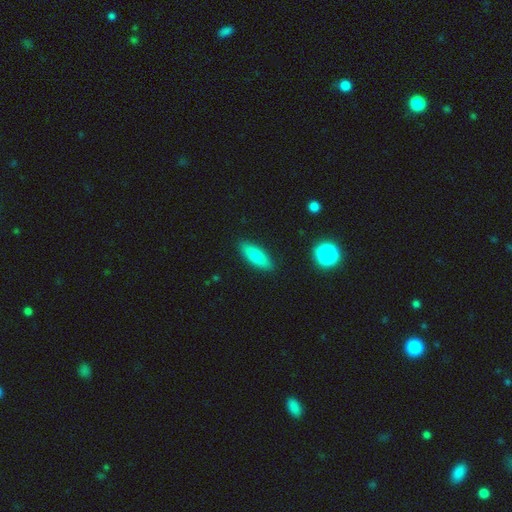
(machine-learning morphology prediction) Q: Smooth or featured?
A: smooth (78%); runner-up: featured or disk (15%)
Q: How rounded?
A: in between (55%); runner-up: cigar-shaped (42%)
Q: Merging?
A: none (88%); runner-up: minor disturbance (9%)